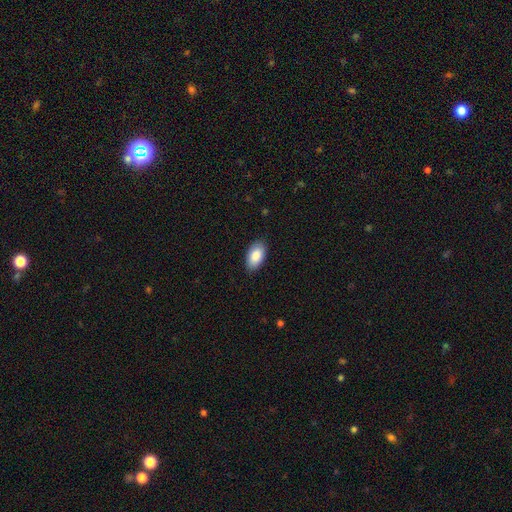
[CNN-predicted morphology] A smooth galaxy with no disk features (87%) that is in between round and cigar-shaped (95%).

Vote fractions:
- Smooth or featured? smooth: 87% / featured or disk: 7% / star or artifact: 6%
- How rounded? in between: 95% / round: 3% / cigar-shaped: 2%
- Merging? none: 87% / minor disturbance: 10% / major disturbance: 2% / merger: 1%